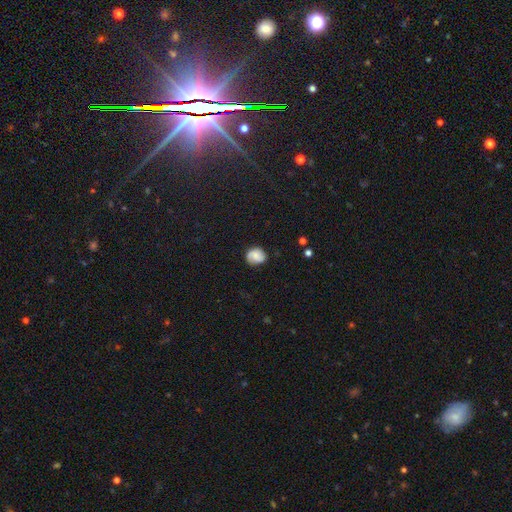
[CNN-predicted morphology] Smooth or featured? smooth (66%)
How rounded? round (64%)
Merging? none (72%)